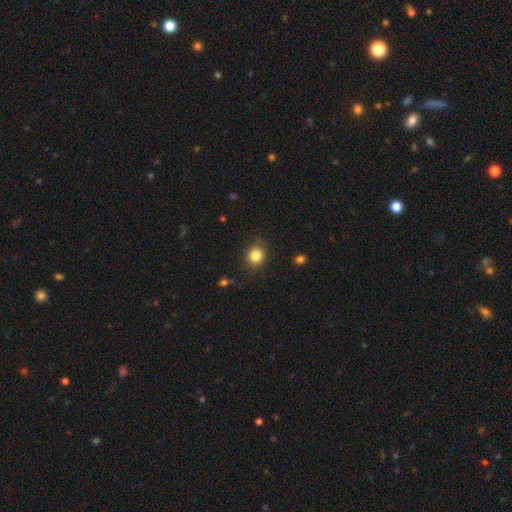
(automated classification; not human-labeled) This is clearly a smooth galaxy (84%). How rounded: clearly round (80%). Merging: clearly none (86%).